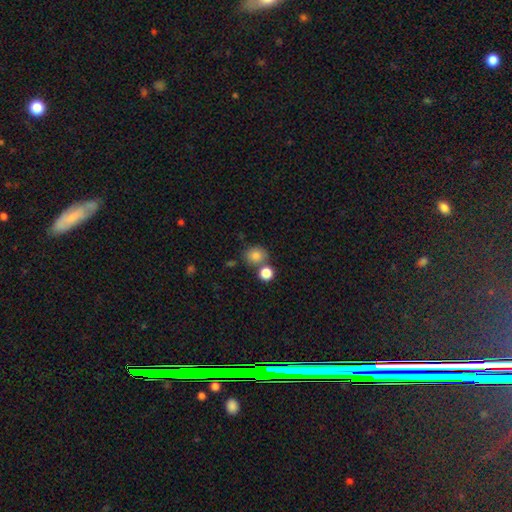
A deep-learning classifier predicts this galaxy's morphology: Smooth or featured?
  - smooth: 82% *
  - star or artifact: 12%
  - featured or disk: 7%
How rounded?
  - round: 81% *
  - in between: 18%
  - cigar-shaped: 1%
Merging?
  - none: 66% *
  - merger: 20%
  - minor disturbance: 10%
  - major disturbance: 3%